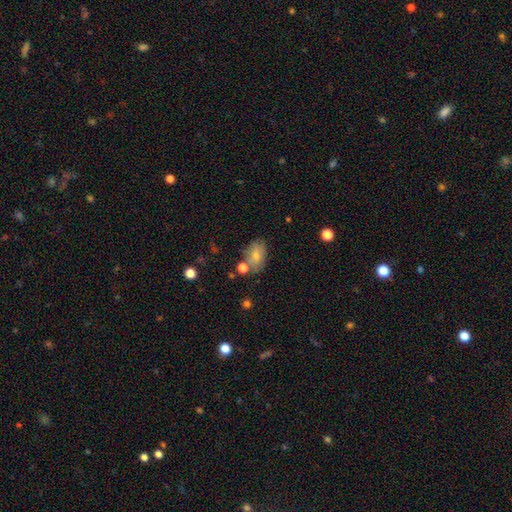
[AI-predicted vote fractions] Overall: smooth (75%). How rounded: in between (85%). Merging: none (62%).